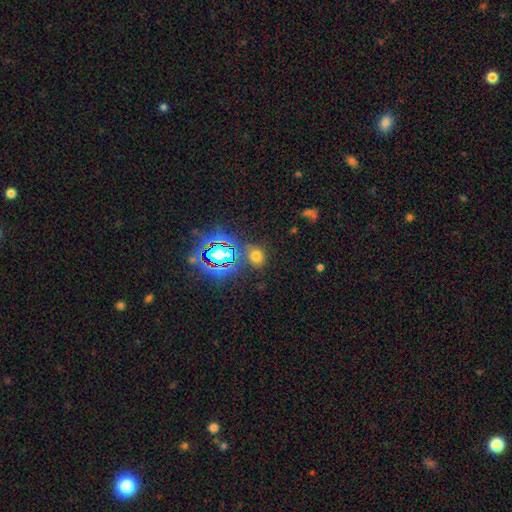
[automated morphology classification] Smooth or featured? Predicted: smooth (p=0.59). How rounded? Predicted: round (p=0.67). Merging? Predicted: none (p=0.76).